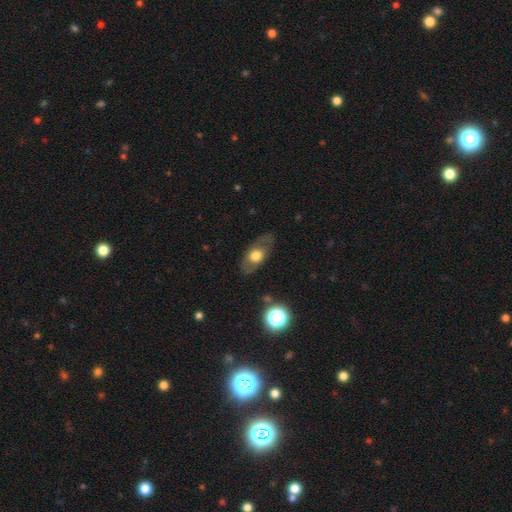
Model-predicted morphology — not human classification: Smooth or featured? smooth (55%)
How rounded? in between (77%)
Merging? none (74%)